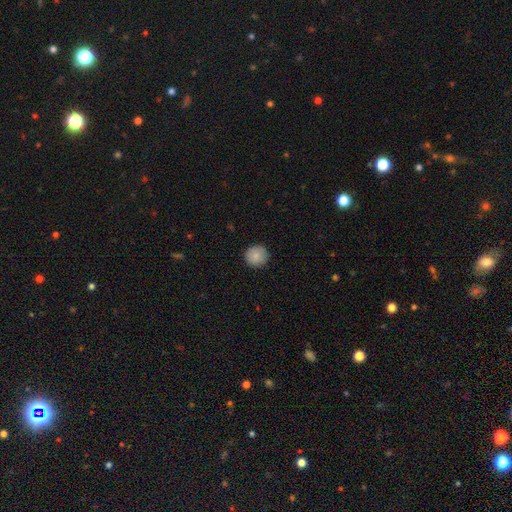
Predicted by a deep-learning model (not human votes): Smooth or featured?
  - smooth: 86% *
  - star or artifact: 7%
  - featured or disk: 7%
How rounded?
  - round: 94% *
  - in between: 5%
  - cigar-shaped: 1%
Merging?
  - none: 90% *
  - minor disturbance: 7%
  - major disturbance: 2%
  - merger: 1%